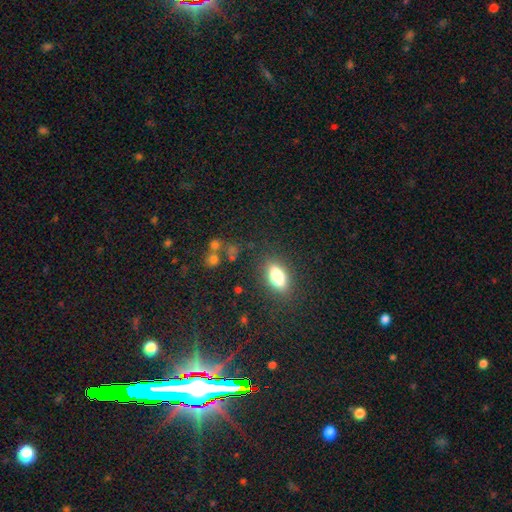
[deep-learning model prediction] Smooth or featured: star or artifact — 46% (smooth — 42%)